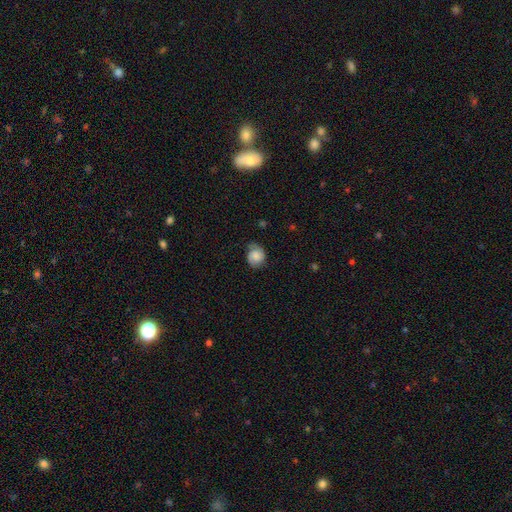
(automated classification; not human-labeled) Q: Smooth or featured?
A: smooth (53%); runner-up: featured or disk (38%)
Q: How rounded?
A: round (64%); runner-up: in between (35%)
Q: Merging?
A: none (65%); runner-up: minor disturbance (26%)